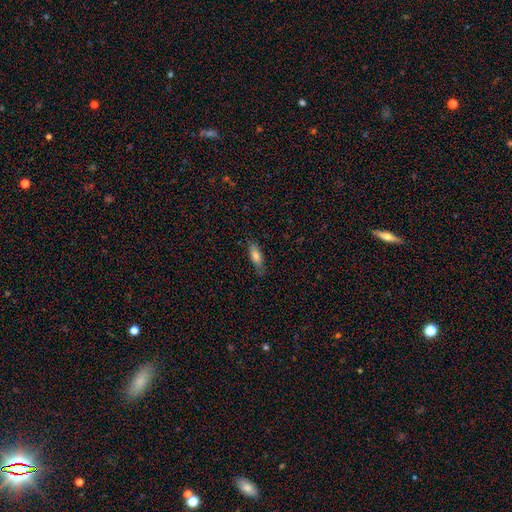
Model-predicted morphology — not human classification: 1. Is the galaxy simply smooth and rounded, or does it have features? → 74% smooth, 18% featured or disk, 8% star or artifact.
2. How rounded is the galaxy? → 59% in between, 38% cigar-shaped, 2% round.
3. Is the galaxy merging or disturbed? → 78% none, 17% minor disturbance, 4% major disturbance, 1% merger.